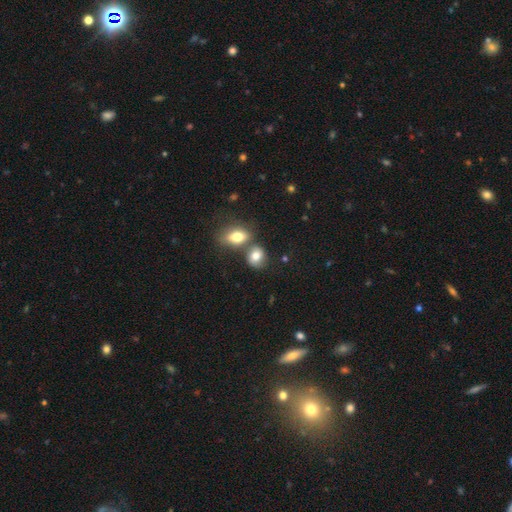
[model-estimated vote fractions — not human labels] Smooth or featured: smooth — 78% (featured or disk — 13%)
How rounded: in between — 52% (round — 47%)
Merging: none — 46% (merger — 36%)